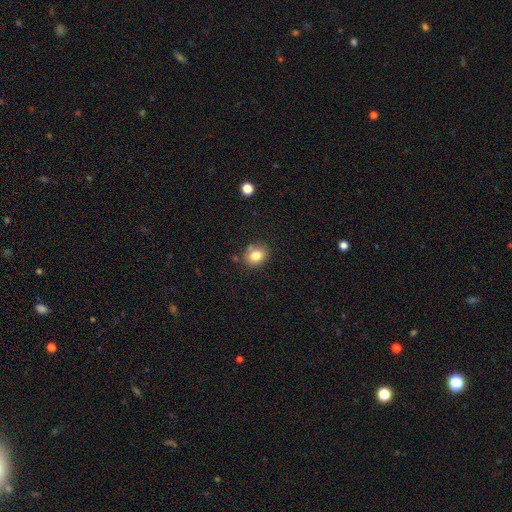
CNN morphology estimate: smooth 81%, star or artifact 11%, featured or disk 8%. Down the decision tree: how rounded — round (64%); merging — none (76%).